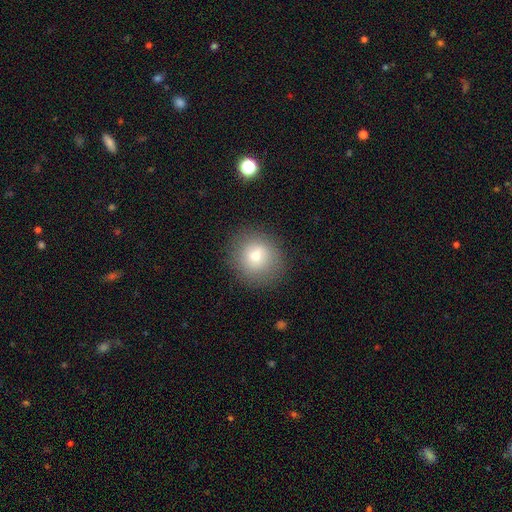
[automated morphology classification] smooth-or-featured: smooth: 77% | featured or disk: 13% | star or artifact: 10%
  how-rounded: round: 81% | in between: 18% | cigar-shaped: 1%
  merging: none: 84% | minor disturbance: 10% | major disturbance: 4% | merger: 2%